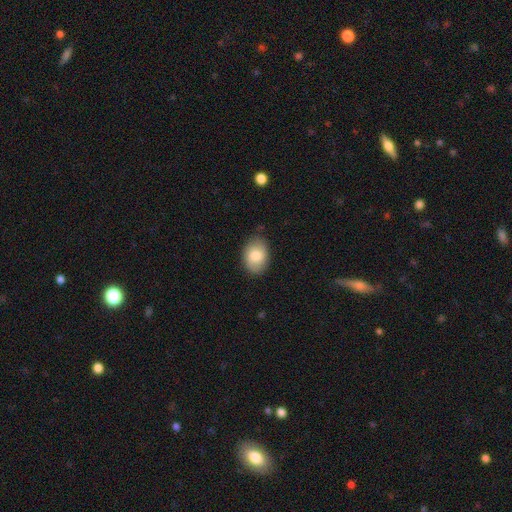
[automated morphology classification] The model was most divided on "how rounded": in between: 79%, round: 20%, cigar-shaped: 1%. More confident: smooth or featured — smooth (81%); merging — none (79%).